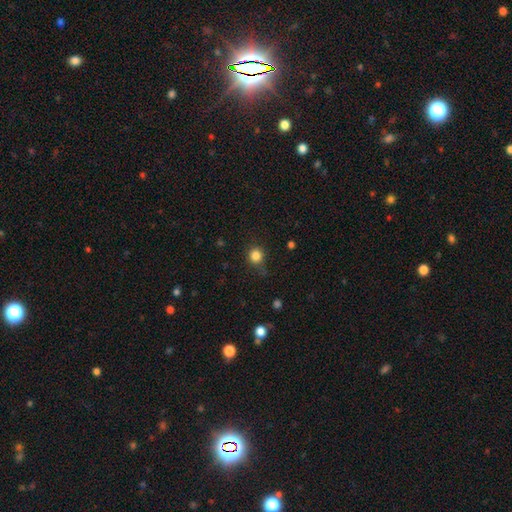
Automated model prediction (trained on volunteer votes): A smooth galaxy with no disk features (83%) that is round (91%). Merging: none (79%).